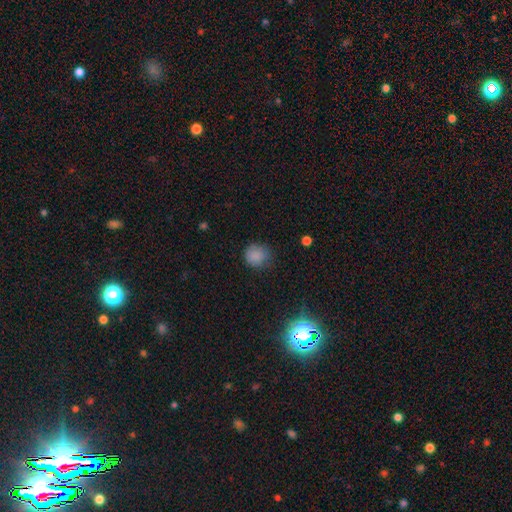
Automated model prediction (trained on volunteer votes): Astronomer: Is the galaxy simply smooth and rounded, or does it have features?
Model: smooth — 83%.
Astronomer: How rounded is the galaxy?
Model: round — 82%.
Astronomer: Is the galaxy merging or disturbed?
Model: none — 72%.